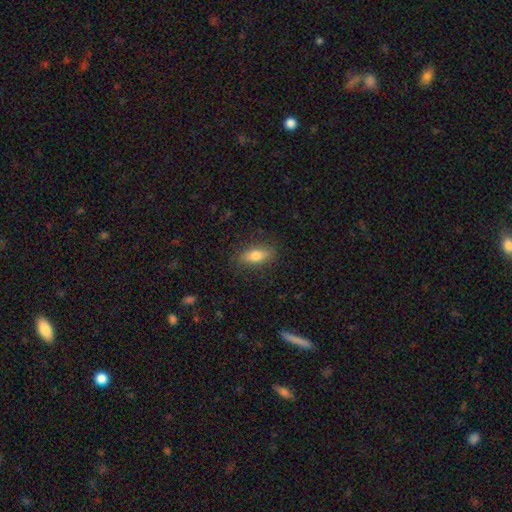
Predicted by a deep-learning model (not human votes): smooth_or_featured: smooth (p=0.77) [alt: featured or disk p=0.15]
how_rounded: in between (p=0.79) [alt: cigar-shaped p=0.17]
merging: none (p=0.84) [alt: minor disturbance p=0.12]